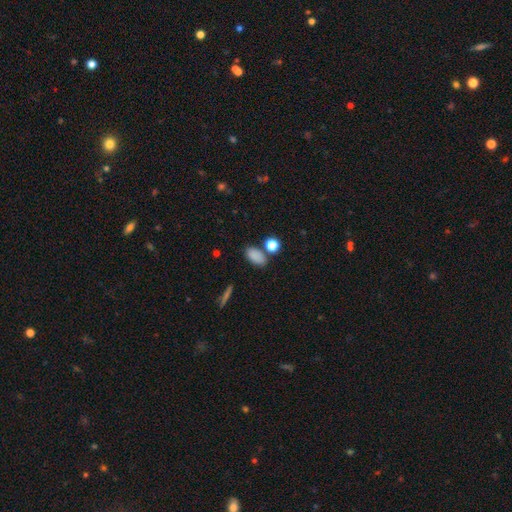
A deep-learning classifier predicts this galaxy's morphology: A smooth galaxy with no disk features (84%) that is in between round and cigar-shaped (87%).

Vote fractions:
- Smooth or featured? smooth: 84% / star or artifact: 10% / featured or disk: 6%
- How rounded? in between: 87% / round: 10% / cigar-shaped: 4%
- Merging? none: 69% / merger: 13% / minor disturbance: 13% / major disturbance: 4%